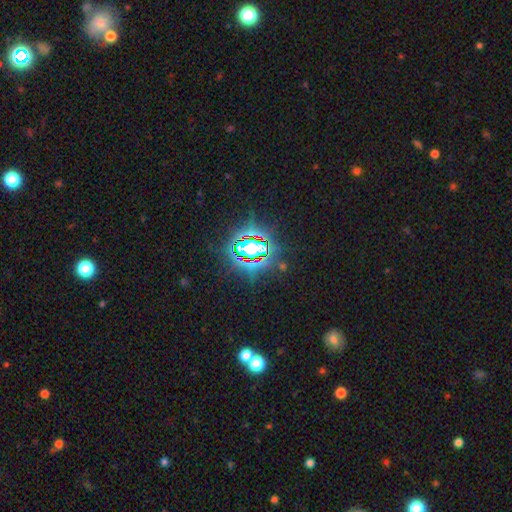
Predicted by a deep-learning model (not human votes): Smooth or featured? Predicted: star or artifact (p=0.82).